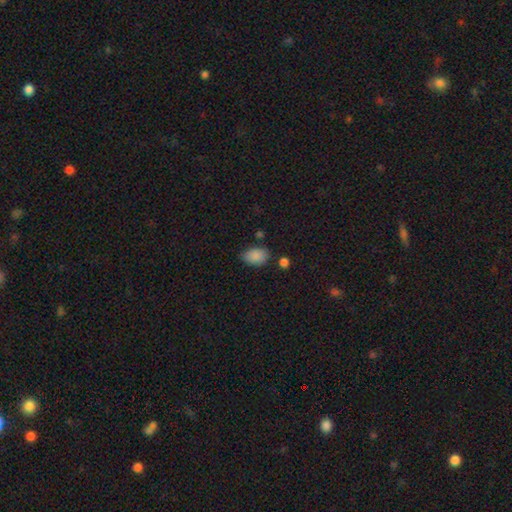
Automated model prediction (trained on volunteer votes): smooth_or_featured: smooth (p=0.88) [alt: star or artifact p=0.08]
how_rounded: in between (p=0.86) [alt: round p=0.13]
merging: none (p=0.72) [alt: minor disturbance p=0.19]